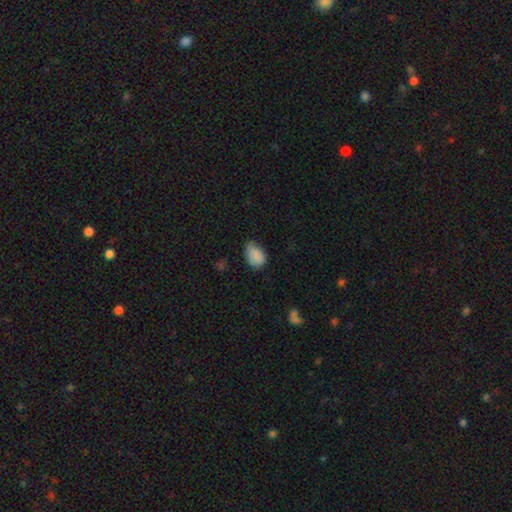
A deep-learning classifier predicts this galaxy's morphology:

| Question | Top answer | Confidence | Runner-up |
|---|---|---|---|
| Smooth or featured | smooth | 86% | star or artifact (8%) |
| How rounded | in between | 84% | round (15%) |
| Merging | none | 53% | minor disturbance (39%) |